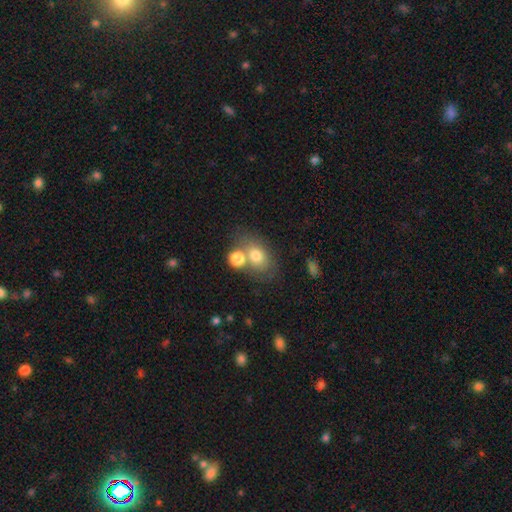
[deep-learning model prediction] Morphology: type=smooth (73%); roundness=in between (60%); merging=none (43%).